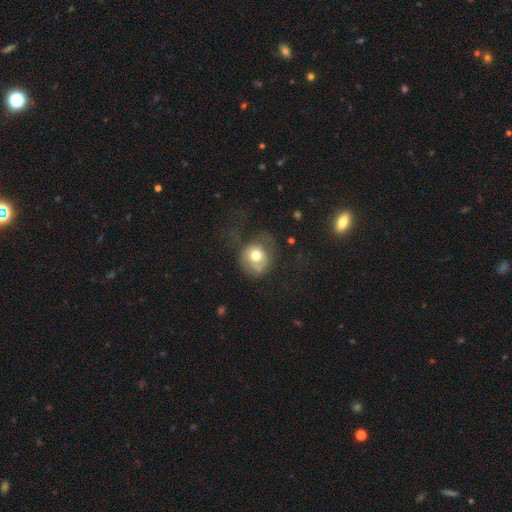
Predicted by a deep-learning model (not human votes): Smooth or featured? smooth (63%)
How rounded? round (74%)
Merging? none (38%)